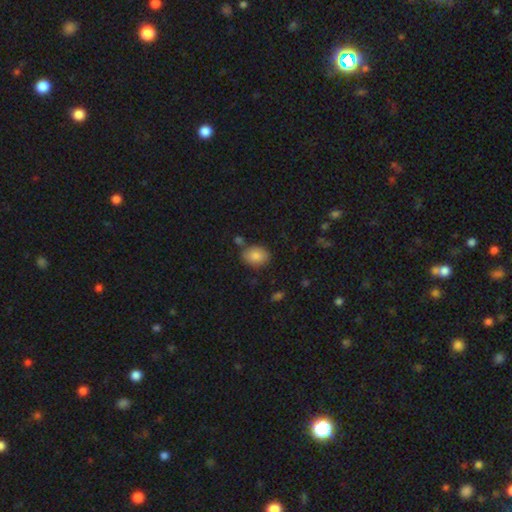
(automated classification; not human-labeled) A smooth galaxy with no disk features (84%) that is in between round and cigar-shaped (71%).

Vote fractions:
- Smooth or featured? smooth: 84% / featured or disk: 8% / star or artifact: 7%
- How rounded? in between: 71% / round: 28% / cigar-shaped: 1%
- Merging? none: 73% / minor disturbance: 16% / merger: 7% / major disturbance: 4%